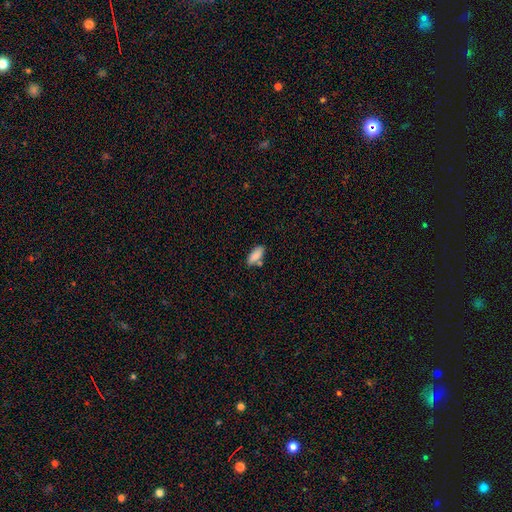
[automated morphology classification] smooth_or_featured: smooth (p=0.87) [alt: star or artifact p=0.07]
how_rounded: in between (p=0.74) [alt: cigar-shaped p=0.24]
merging: none (p=0.72) [alt: minor disturbance p=0.14]